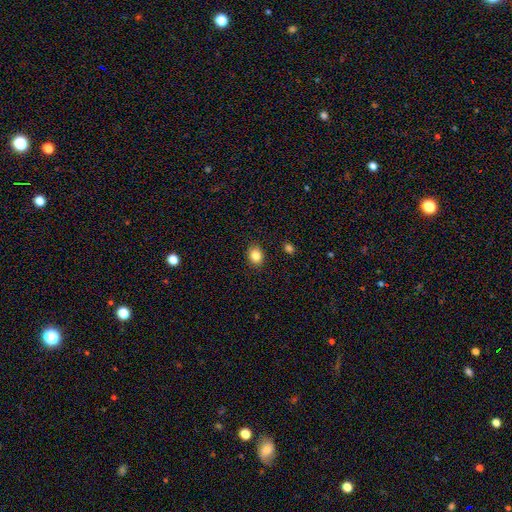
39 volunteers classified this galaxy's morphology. smooth 90%, star or artifact 8%, featured or disk 3%. Down the decision tree: how rounded — in between (54%); merging — none (92%).